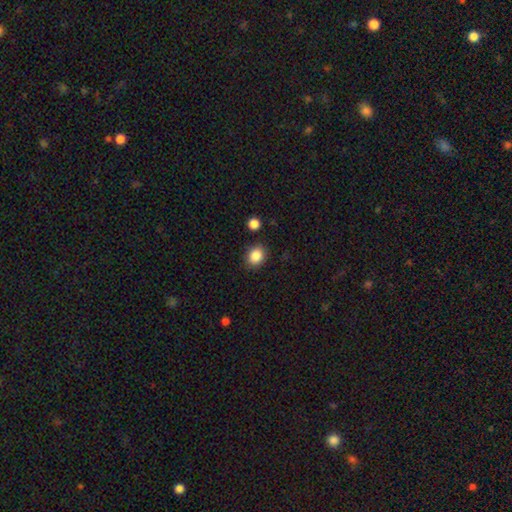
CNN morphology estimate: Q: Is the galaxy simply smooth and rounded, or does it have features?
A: smooth — 86%.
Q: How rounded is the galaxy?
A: round — 57%.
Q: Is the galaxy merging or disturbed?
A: none — 86%.